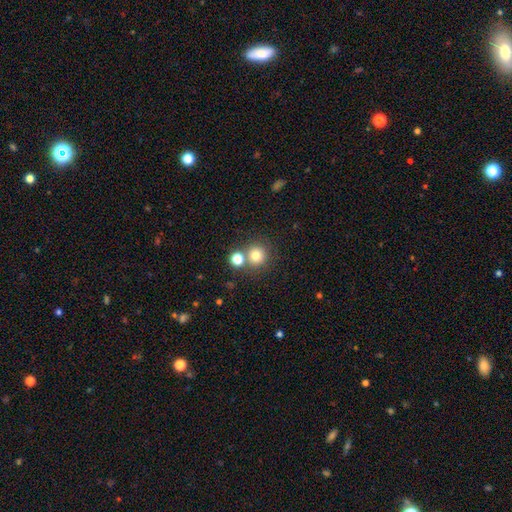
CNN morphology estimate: This is likely a smooth galaxy (77%). How rounded: clearly round (93%). Merging: likely none (69%).